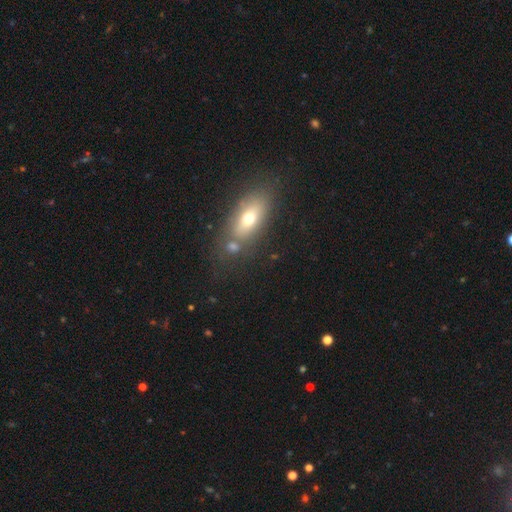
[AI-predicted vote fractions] This appears to be a smooth galaxy with no disk features (57%) that is in between round and cigar-shaped (74%). Merging: none (70%).